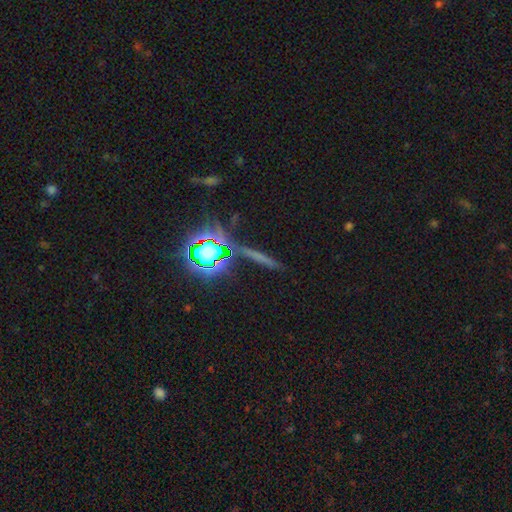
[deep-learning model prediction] Smooth or featured: star or artifact — 52% (smooth — 26%)